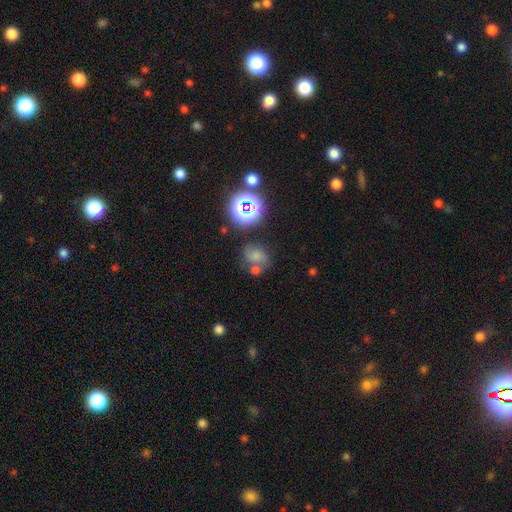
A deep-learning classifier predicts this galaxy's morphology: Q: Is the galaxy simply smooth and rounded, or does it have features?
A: smooth — 60%.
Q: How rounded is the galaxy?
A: round — 59%.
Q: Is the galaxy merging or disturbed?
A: none — 46%.